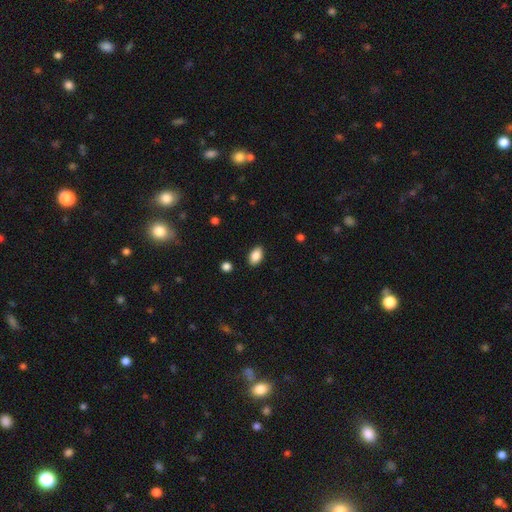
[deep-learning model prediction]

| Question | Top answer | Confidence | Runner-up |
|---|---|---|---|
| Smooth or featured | smooth | 87% | star or artifact (7%) |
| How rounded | in between | 92% | round (6%) |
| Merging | none | 88% | minor disturbance (9%) |